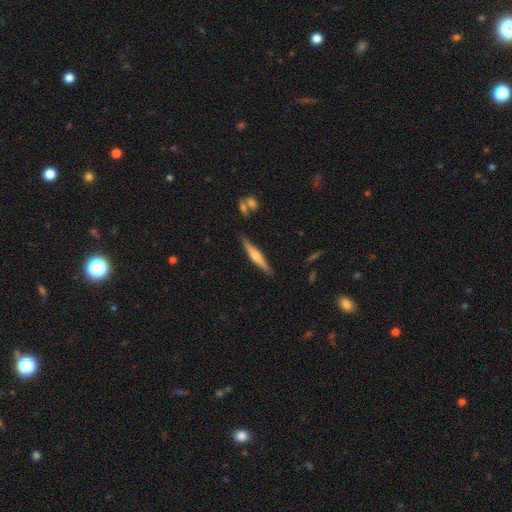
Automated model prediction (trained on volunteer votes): Overall: featured or disk (51%; smooth 43%). Edge-on disk: yes (96%). Merging: none (86%).